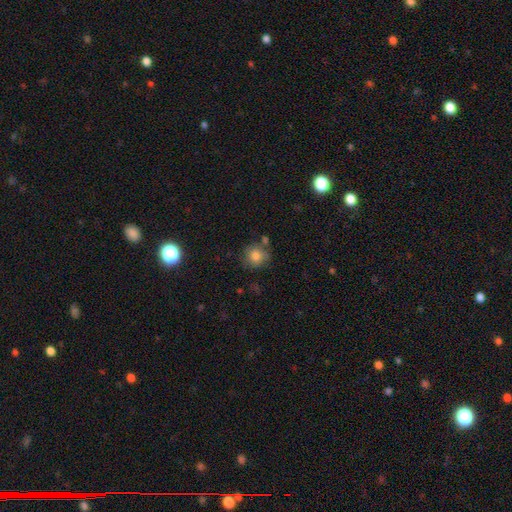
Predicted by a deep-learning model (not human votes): Smooth or featured?
  - smooth: 81% *
  - star or artifact: 10%
  - featured or disk: 9%
How rounded?
  - round: 89% *
  - in between: 10%
  - cigar-shaped: 1%
Merging?
  - none: 72% *
  - minor disturbance: 15%
  - merger: 8%
  - major disturbance: 4%